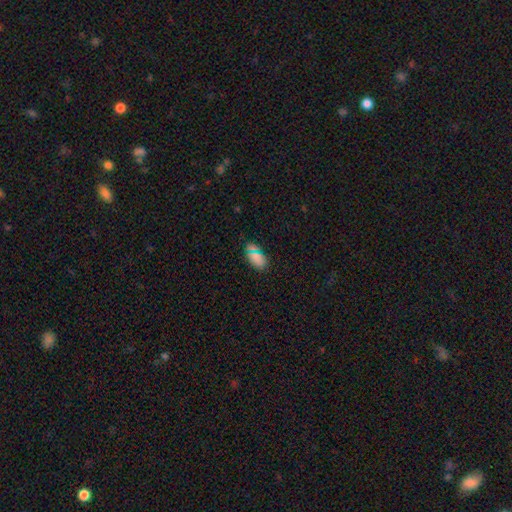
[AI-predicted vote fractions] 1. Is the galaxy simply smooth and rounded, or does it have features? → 74% smooth, 21% star or artifact, 6% featured or disk.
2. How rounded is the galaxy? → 92% in between, 5% round, 3% cigar-shaped.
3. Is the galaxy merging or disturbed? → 84% none, 11% minor disturbance, 3% major disturbance, 2% merger.